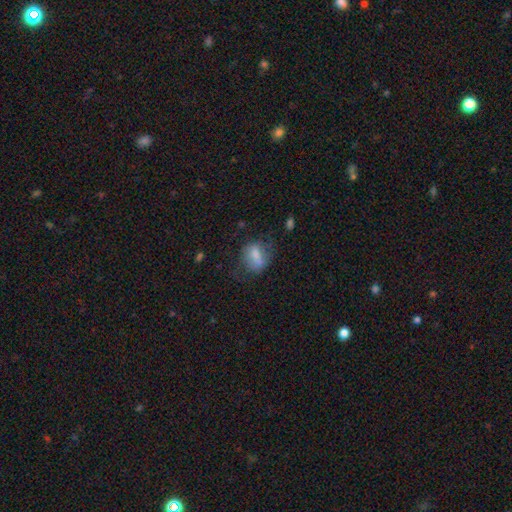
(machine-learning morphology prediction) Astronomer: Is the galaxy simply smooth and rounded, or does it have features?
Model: smooth — 65%.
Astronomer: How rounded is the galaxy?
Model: in between — 63%.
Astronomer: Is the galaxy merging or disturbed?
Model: none — 51%.